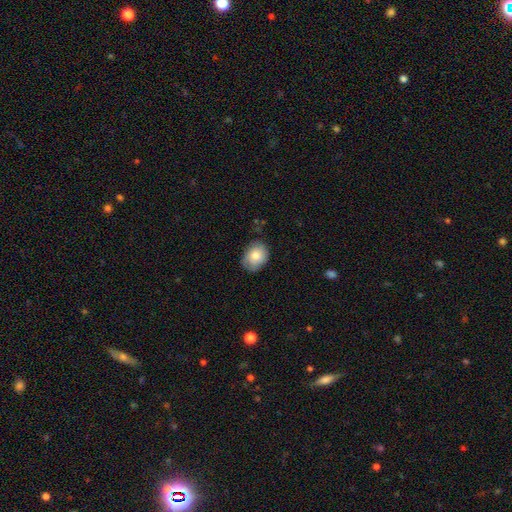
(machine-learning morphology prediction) Overall: smooth (74%). How rounded: in between (58%; round 41%). Merging: none (67%).